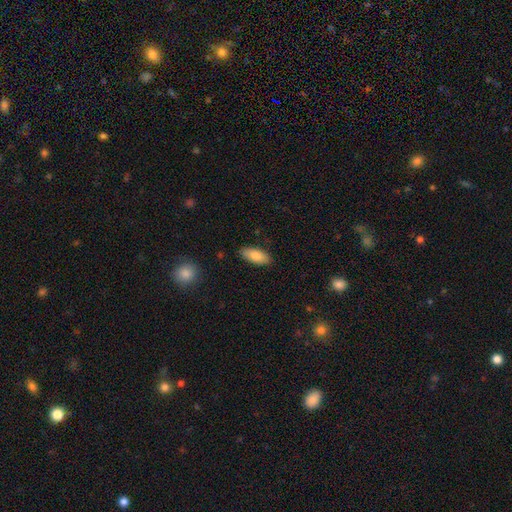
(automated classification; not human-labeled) A smooth galaxy with no disk features (81%) that is in between round and cigar-shaped (84%). Merging: none (87%).